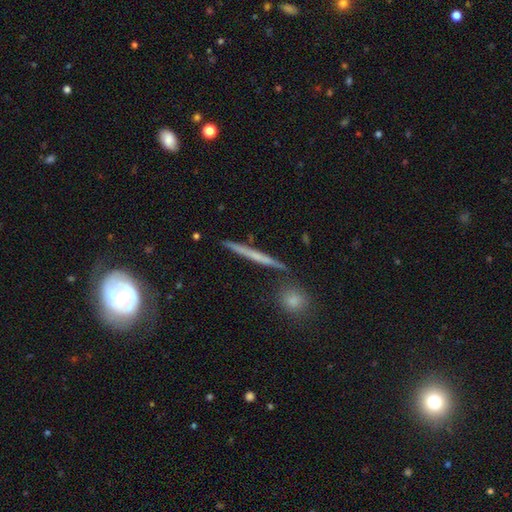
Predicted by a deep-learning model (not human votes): Smooth or featured?
  - featured or disk: 56% *
  - smooth: 37%
  - star or artifact: 8%
Edge-on disk?
  - yes: 96% *
  - no: 4%
Edge-on bulge?
  - none: 76% *
  - rounded: 17%
  - boxy: 7%
Merging?
  - none: 85% *
  - minor disturbance: 9%
  - merger: 4%
  - major disturbance: 2%